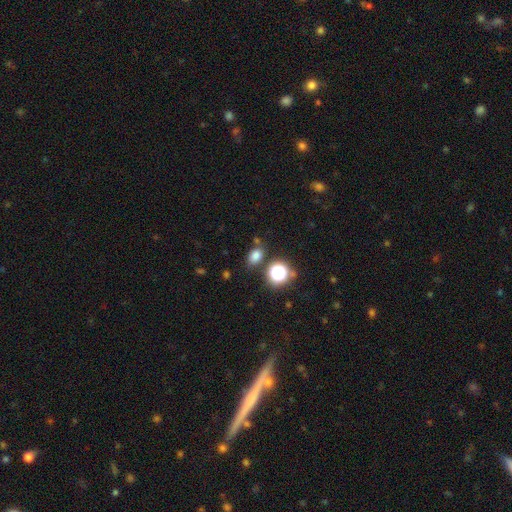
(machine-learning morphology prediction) This appears to be a smooth galaxy with no disk features (75%) that is in between round and cigar-shaped (67%). Merging: none (76%).